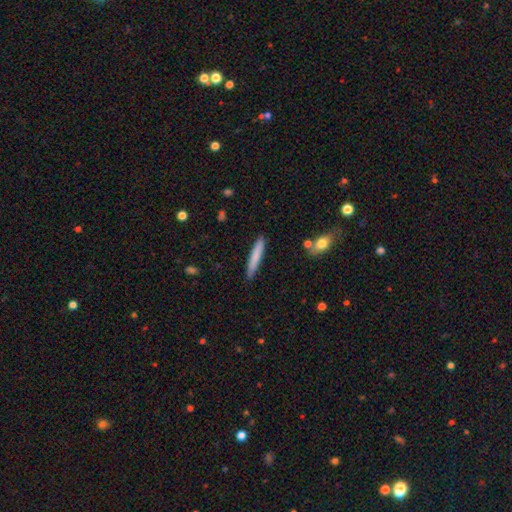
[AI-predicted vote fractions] Q: Smooth or featured?
A: smooth (76%); runner-up: featured or disk (18%)
Q: How rounded?
A: cigar-shaped (94%); runner-up: in between (4%)
Q: Merging?
A: none (88%); runner-up: minor disturbance (8%)